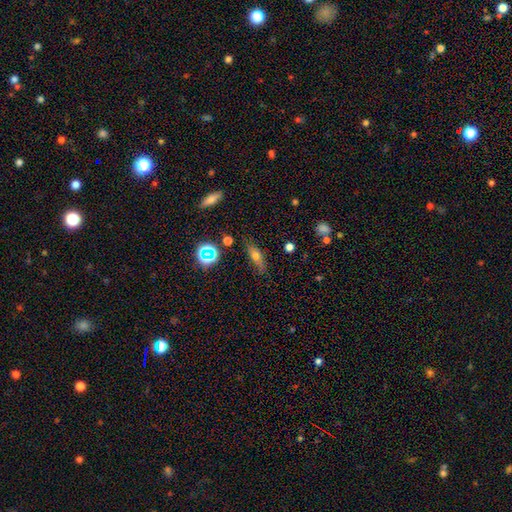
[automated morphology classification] smooth 52%, featured or disk 34%, star or artifact 14%. Down the decision tree: how rounded — in between (48%); merging — none (74%).